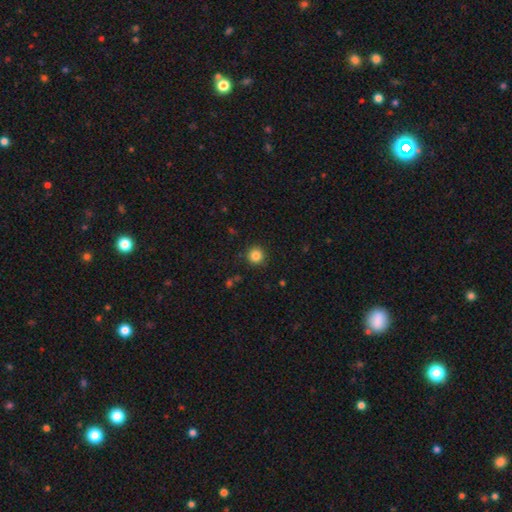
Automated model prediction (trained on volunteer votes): Smooth or featured? smooth (84%)
How rounded? round (95%)
Merging? none (91%)